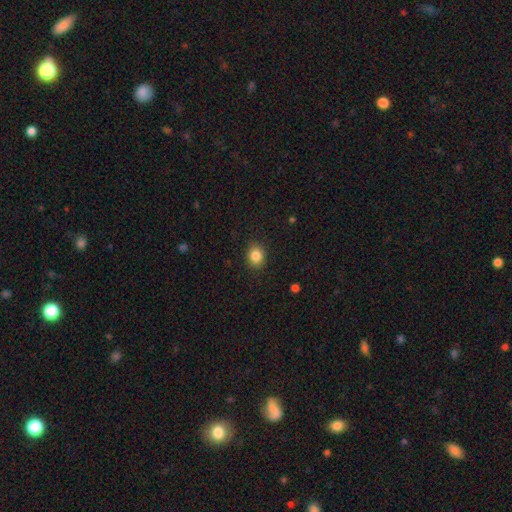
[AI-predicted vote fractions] A smooth galaxy with no disk features (85%) that is round (56%). Merging: none (88%).